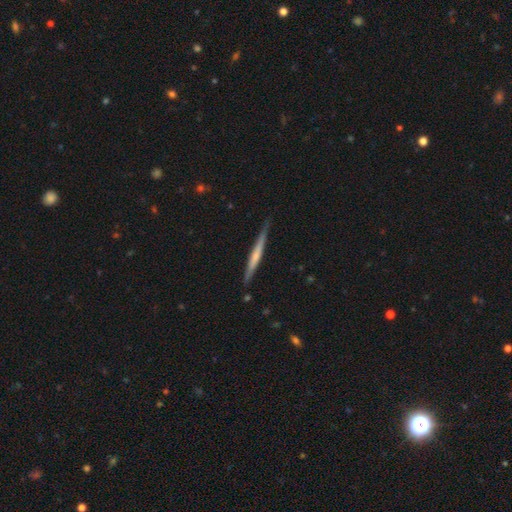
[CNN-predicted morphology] This appears to be a featured or disk galaxy (53%) viewed edge-on (97%) with no central bulge (57%). Merging: none (85%).